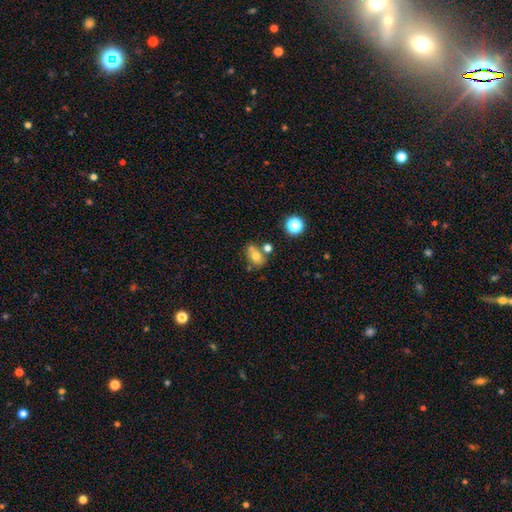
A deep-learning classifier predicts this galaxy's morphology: This appears to be a smooth galaxy with no disk features (66%) that is in between round and cigar-shaped (74%). Merging: none (53%).